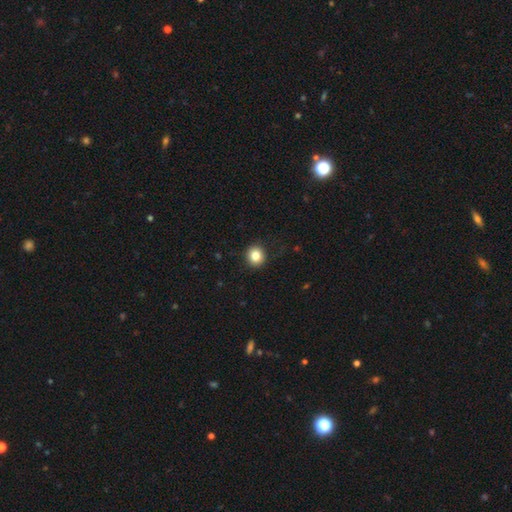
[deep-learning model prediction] smooth 83%, star or artifact 10%, featured or disk 6%. Down the decision tree: how rounded — round (87%); merging — none (89%).